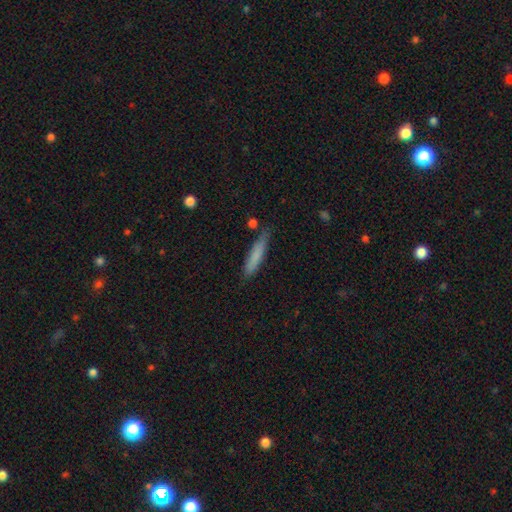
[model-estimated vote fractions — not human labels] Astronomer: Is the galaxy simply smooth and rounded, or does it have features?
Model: smooth — 78%.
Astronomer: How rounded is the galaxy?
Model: cigar-shaped — 89%.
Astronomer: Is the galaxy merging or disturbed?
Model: none — 78%.